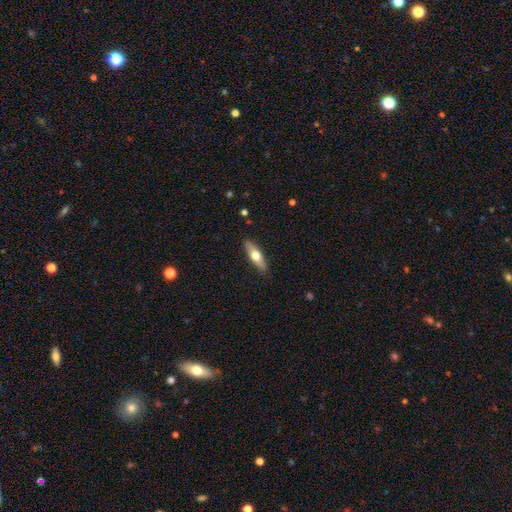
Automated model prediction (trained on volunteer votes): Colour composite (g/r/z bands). It shows a smooth galaxy with no disk features (52%) that is cigar-shaped (54%). Merging: none (88%).